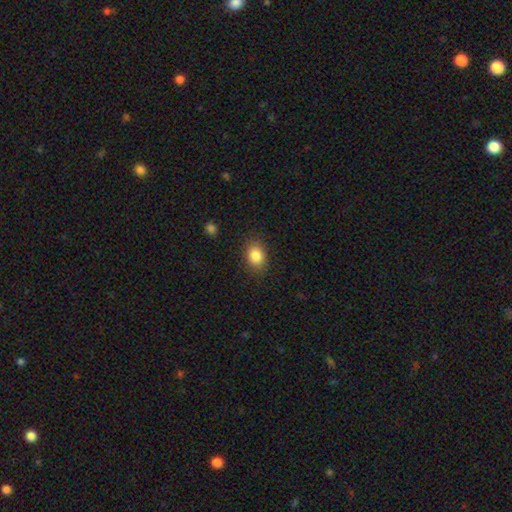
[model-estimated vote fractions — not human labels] Smooth or featured?
  - smooth: 85% *
  - star or artifact: 9%
  - featured or disk: 6%
How rounded?
  - in between: 65% *
  - round: 34%
  - cigar-shaped: 1%
Merging?
  - none: 85% *
  - minor disturbance: 11%
  - major disturbance: 3%
  - merger: 1%